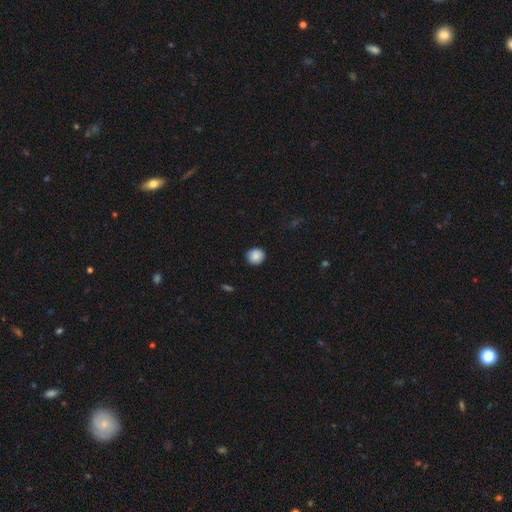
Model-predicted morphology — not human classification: This is clearly a smooth galaxy (88%). How rounded: clearly round (91%). Merging: clearly none (89%).